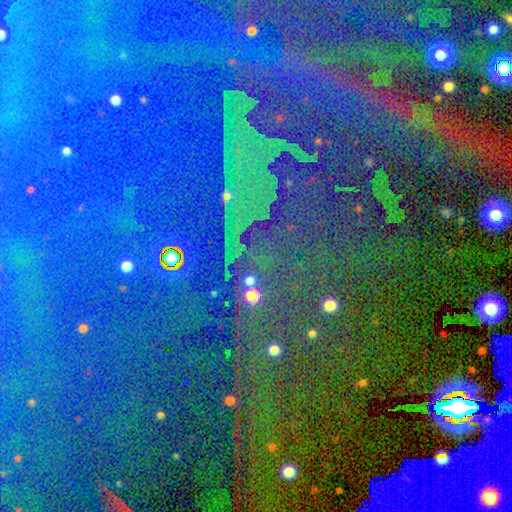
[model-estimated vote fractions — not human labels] Morphology: type=star or artifact (84%).